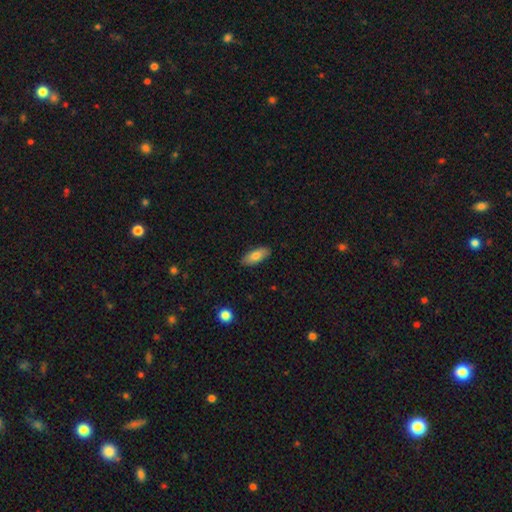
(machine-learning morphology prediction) Overall: smooth (79%). How rounded: in between (82%). Merging: none (87%).